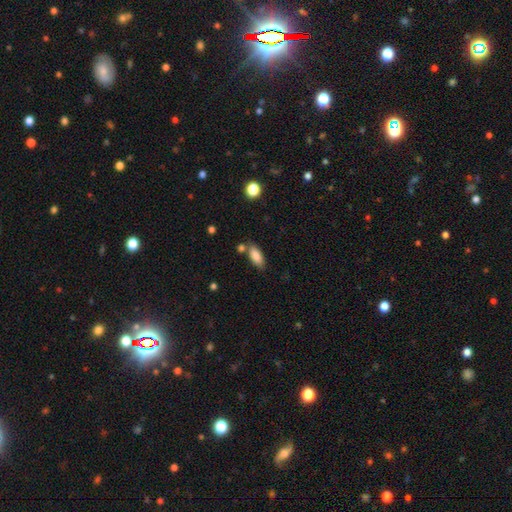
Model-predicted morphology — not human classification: Overall: smooth (85%). How rounded: in between (81%). Merging: none (71%).